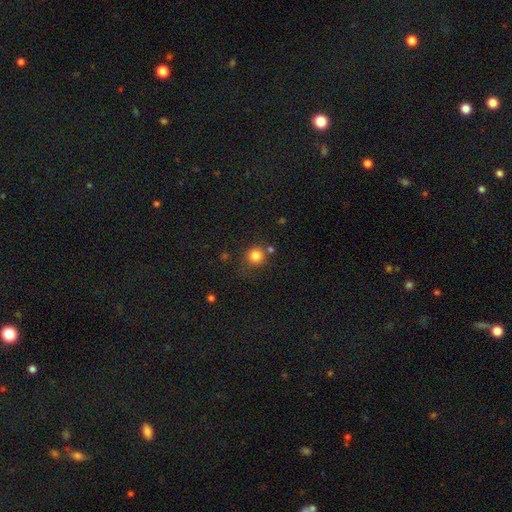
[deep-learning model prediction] smooth-or-featured: smooth: 83% | star or artifact: 12% | featured or disk: 5%
  how-rounded: round: 91% | in between: 8% | cigar-shaped: 1%
  merging: none: 76% | minor disturbance: 11% | merger: 9% | major disturbance: 4%